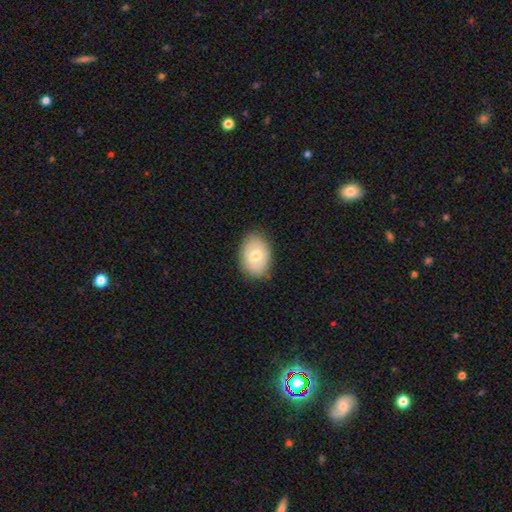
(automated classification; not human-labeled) smooth-or-featured: smooth: 70% | featured or disk: 23% | star or artifact: 7%
  how-rounded: in between: 77% | round: 22% | cigar-shaped: 1%
  merging: none: 83% | minor disturbance: 13% | major disturbance: 3% | merger: 1%